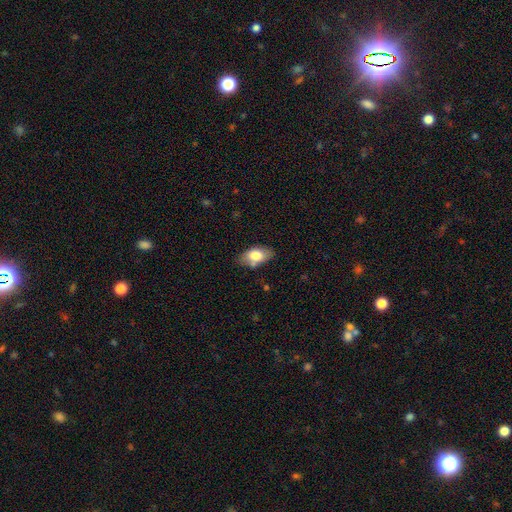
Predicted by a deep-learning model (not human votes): Smooth or featured? smooth (76%)
How rounded? in between (92%)
Merging? none (74%)